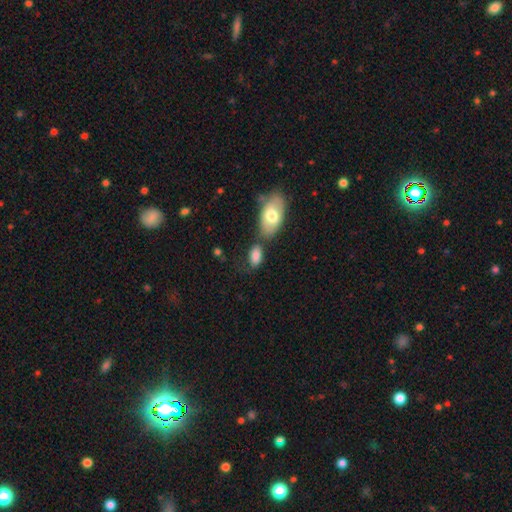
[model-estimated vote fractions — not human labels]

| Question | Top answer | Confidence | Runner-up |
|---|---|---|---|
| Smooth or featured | smooth | 81% | featured or disk (12%) |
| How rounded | in between | 92% | round (5%) |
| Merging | none | 50% | merger (23%) |